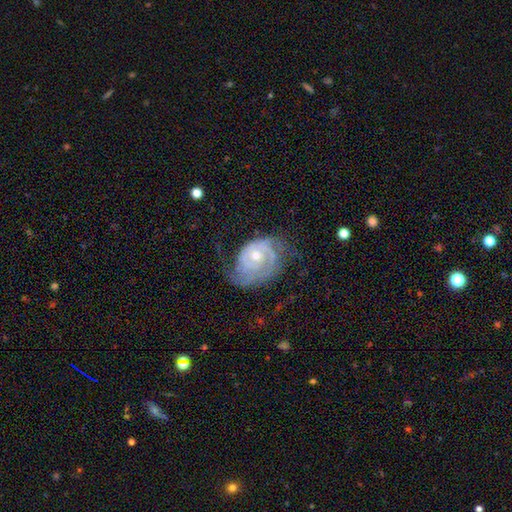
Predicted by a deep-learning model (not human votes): Smooth or featured? featured or disk (87%)
Edge-on disk? no (97%)
Bar? no (75%)
Spiral arms? yes (96%)
Spiral winding? tight (67%)
Spiral arm count? 2 (45%)
Bulge size? moderate (51%)
Merging? none (57%)